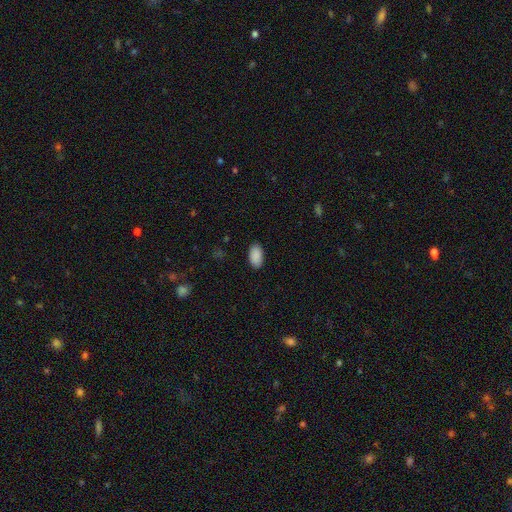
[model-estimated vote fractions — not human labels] The model was most divided on "merging": none: 89%, minor disturbance: 8%, major disturbance: 2%, merger: 1%. More confident: how rounded — in between (95%); smooth or featured — smooth (91%).